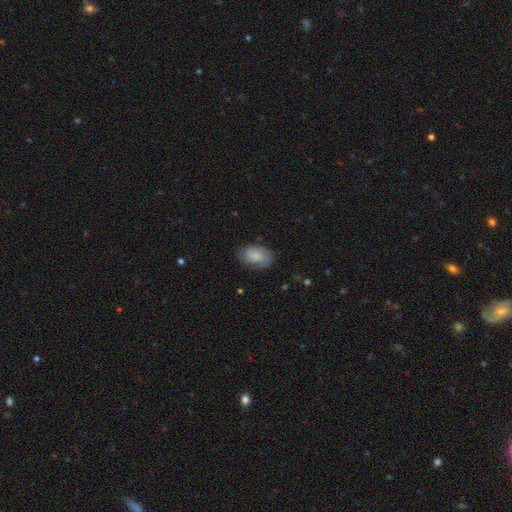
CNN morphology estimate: type=smooth (82%); roundness=in between (89%); merging=none (77%).